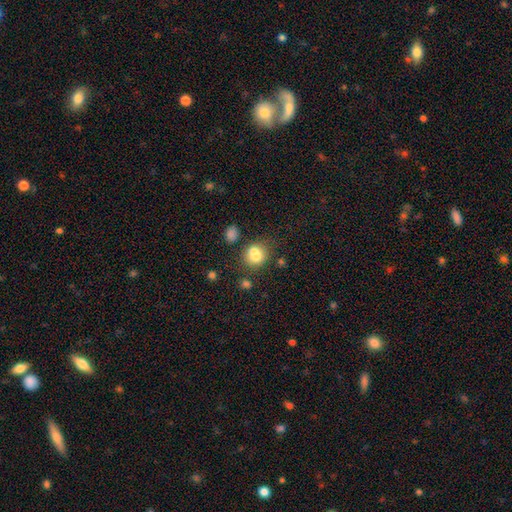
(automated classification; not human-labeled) Smooth or featured: smooth — 76% (star or artifact — 12%)
How rounded: round — 64% (in between — 35%)
Merging: none — 52% (merger — 28%)